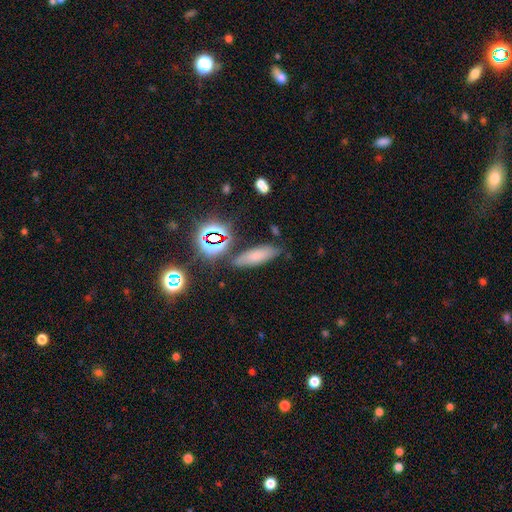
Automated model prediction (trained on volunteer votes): Morphology: type=smooth (67%); roundness=in between (51%); merging=none (78%).